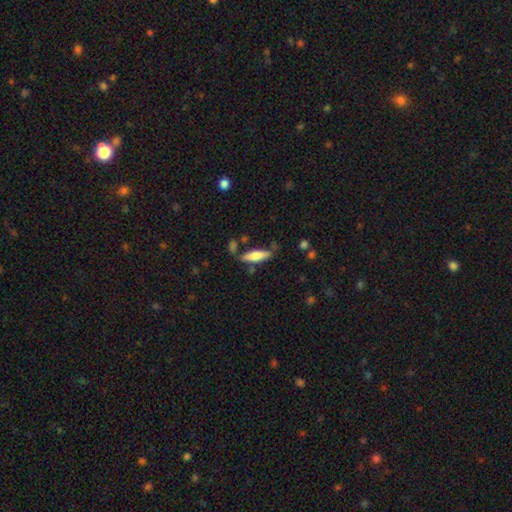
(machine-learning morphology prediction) type=smooth (68%); roundness=cigar-shaped (59%); merging=none (73%).